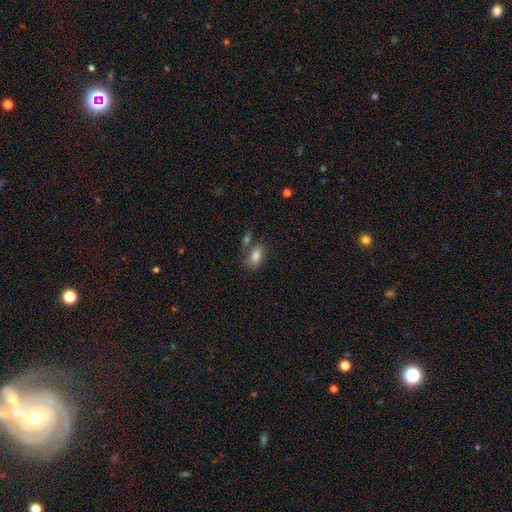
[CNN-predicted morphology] Overall: smooth (82%). How rounded: in between (87%). Merging: none (58%; merger 21%).